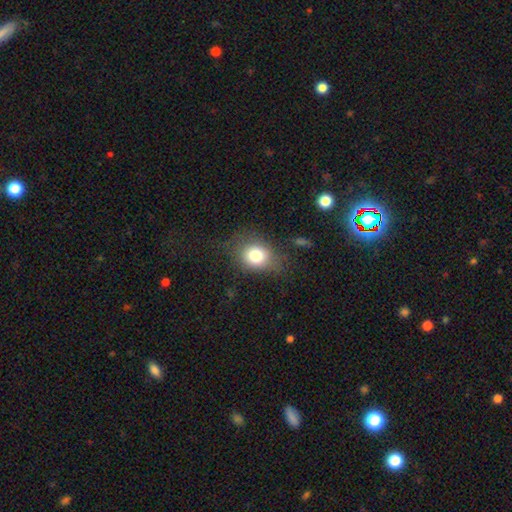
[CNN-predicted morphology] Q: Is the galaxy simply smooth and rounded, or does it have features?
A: smooth — 78%.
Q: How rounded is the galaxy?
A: round — 57%.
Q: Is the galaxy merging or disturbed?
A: none — 69%.